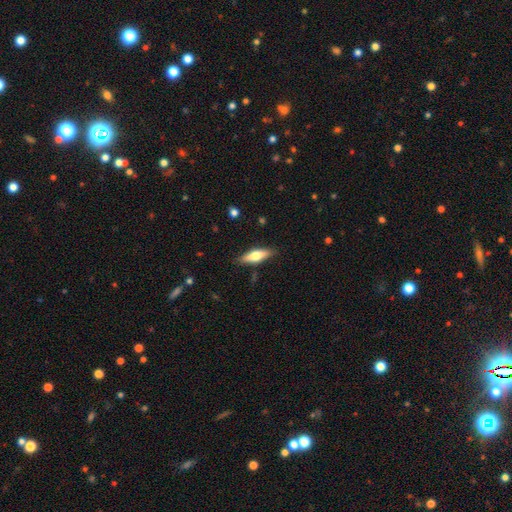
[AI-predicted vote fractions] smooth-or-featured: smooth: 56% | featured or disk: 38% | star or artifact: 6%
  how-rounded: in between: 50% | cigar-shaped: 48% | round: 2%
  merging: none: 86% | minor disturbance: 11% | major disturbance: 2% | merger: 1%